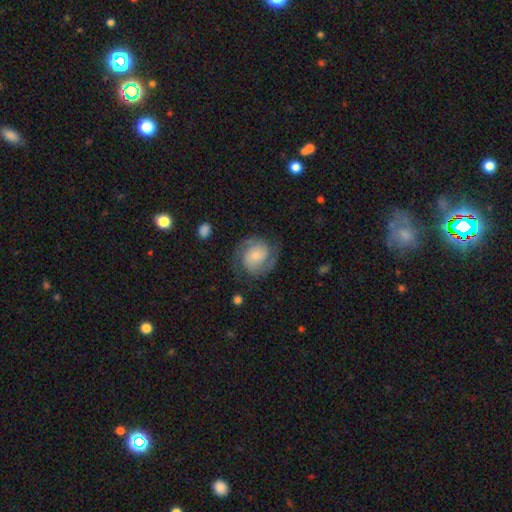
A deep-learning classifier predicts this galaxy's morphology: smooth_or_featured: featured or disk (p=0.74) [alt: smooth p=0.19]
disk_edge_on: no (p=0.98) [alt: yes p=0.02]
bar: no (p=0.66) [alt: weak p=0.27]
has_spiral_arms: yes (p=0.94) [alt: no p=0.06]
spiral_winding: medium (p=0.44) [alt: tight p=0.42]
spiral_arm_count: 2 (p=0.88) [alt: can't tell p=0.05]
bulge_size: small (p=0.57) [alt: moderate p=0.24]
merging: none (p=0.74) [alt: minor disturbance p=0.15]